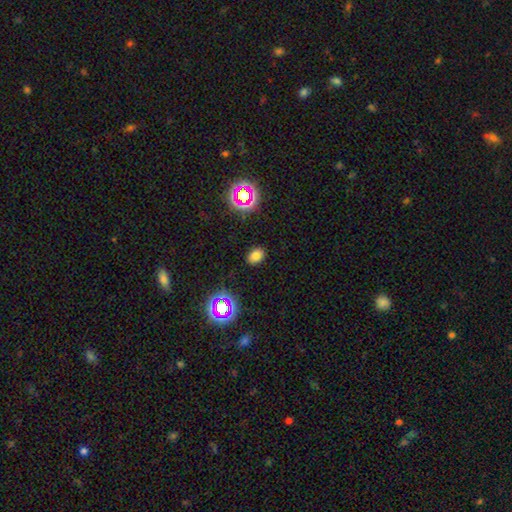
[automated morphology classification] A smooth galaxy with no disk features (74%) that is in between round and cigar-shaped (62%).

Vote fractions:
- Smooth or featured? smooth: 74% / star or artifact: 19% / featured or disk: 7%
- How rounded? in between: 62% / round: 37% / cigar-shaped: 1%
- Merging? none: 87% / minor disturbance: 9% / major disturbance: 3% / merger: 1%